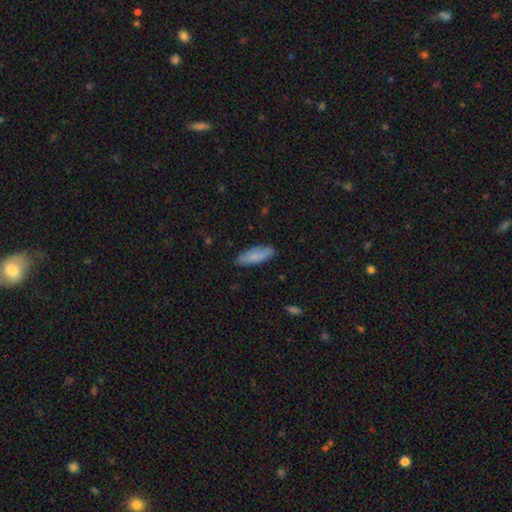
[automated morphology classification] smooth 79%, featured or disk 15%, star or artifact 6%. Down the decision tree: how rounded — in between (60%); merging — none (81%).